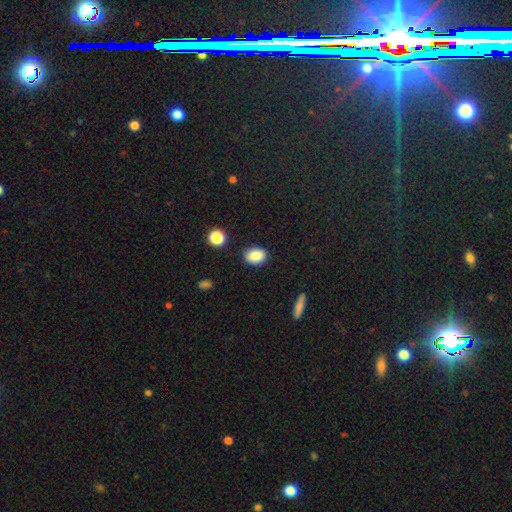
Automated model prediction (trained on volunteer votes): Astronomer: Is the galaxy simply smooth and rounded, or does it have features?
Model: smooth — 84%.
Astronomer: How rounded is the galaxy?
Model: in between — 66%.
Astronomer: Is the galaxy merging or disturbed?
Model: none — 85%.